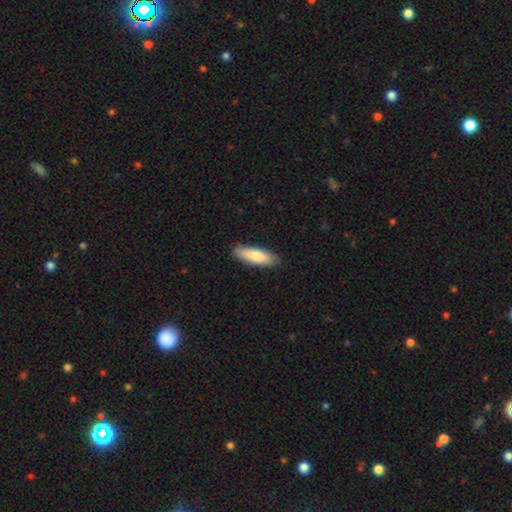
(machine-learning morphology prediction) A smooth galaxy with no disk features (80%) that is cigar-shaped (52%).

Vote fractions:
- Smooth or featured? smooth: 80% / featured or disk: 14% / star or artifact: 5%
- How rounded? cigar-shaped: 52% / in between: 46% / round: 2%
- Merging? none: 89% / minor disturbance: 9% / major disturbance: 2% / merger: 1%